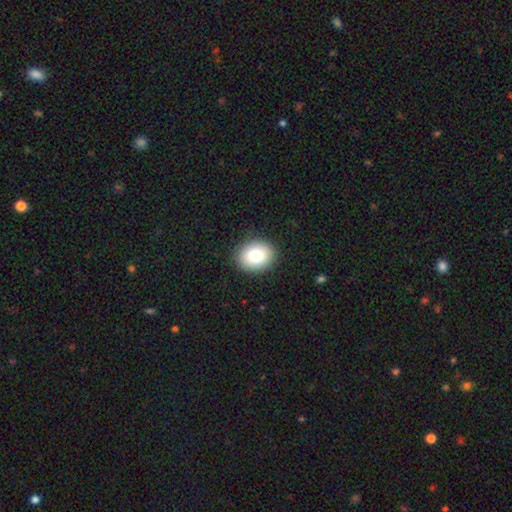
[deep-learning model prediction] Smooth or featured: smooth — 81% (featured or disk — 10%)
How rounded: in between — 51% (round — 48%)
Merging: none — 90% (minor disturbance — 7%)